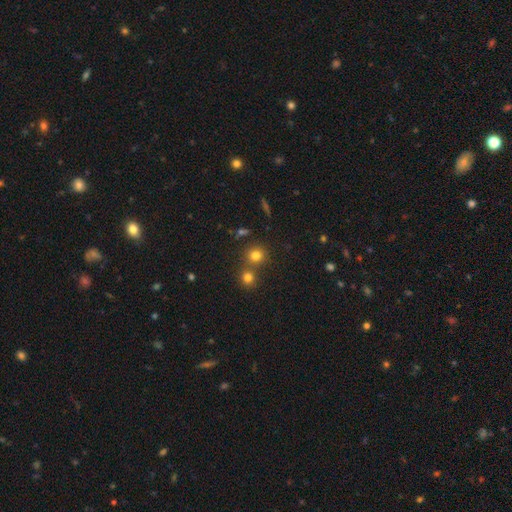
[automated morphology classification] A smooth galaxy with no disk features (76%) that is round (87%). Merging: none (66%).